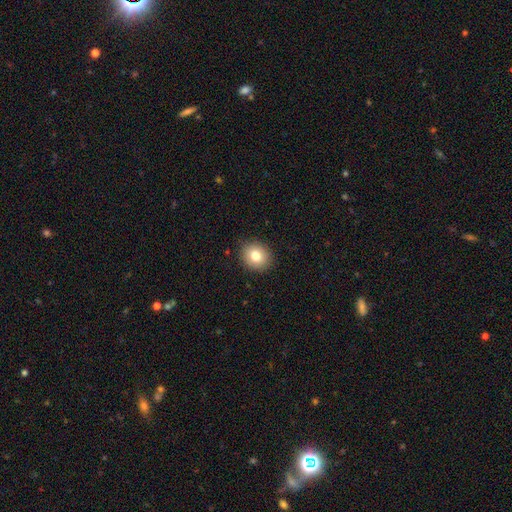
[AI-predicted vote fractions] smooth_or_featured: smooth (p=0.80) [alt: featured or disk p=0.10]
how_rounded: round (p=0.73) [alt: in between p=0.26]
merging: none (p=0.89) [alt: minor disturbance p=0.08]